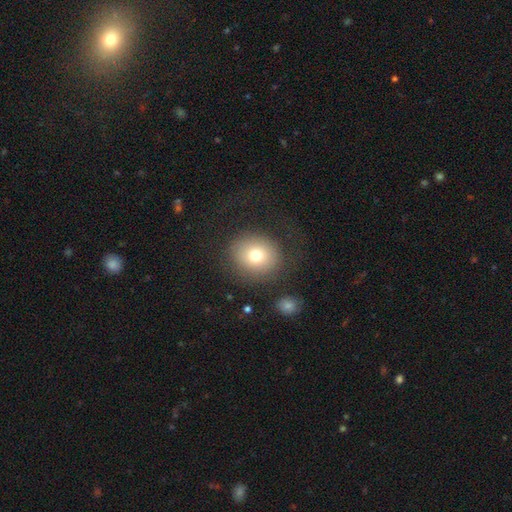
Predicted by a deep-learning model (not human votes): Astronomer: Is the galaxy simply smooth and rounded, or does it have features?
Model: smooth — 75%.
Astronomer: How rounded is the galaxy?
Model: round — 81%.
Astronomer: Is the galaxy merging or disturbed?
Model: none — 77%.